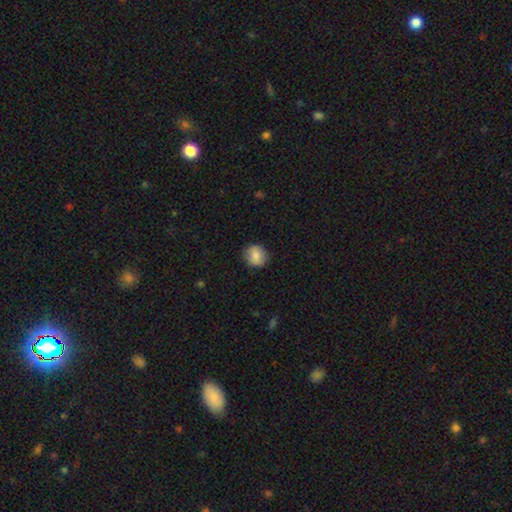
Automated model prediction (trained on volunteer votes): A smooth galaxy with no disk features (82%) that is round (81%).

Vote fractions:
- Smooth or featured? smooth: 82% / featured or disk: 10% / star or artifact: 8%
- How rounded? round: 81% / in between: 18% / cigar-shaped: 1%
- Merging? none: 86% / minor disturbance: 11% / major disturbance: 3% / merger: 1%